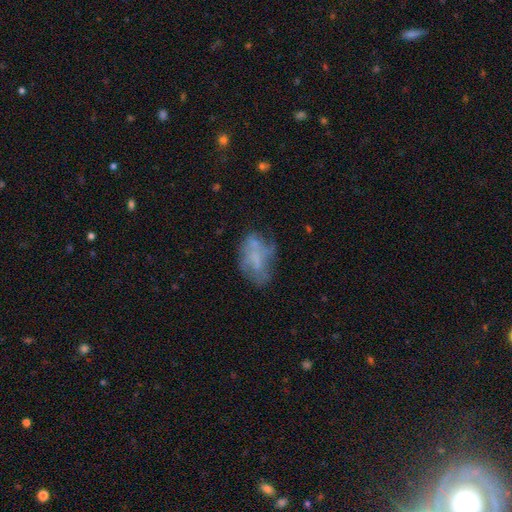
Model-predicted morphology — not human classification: type=featured or disk (48%); merging=none (47%).